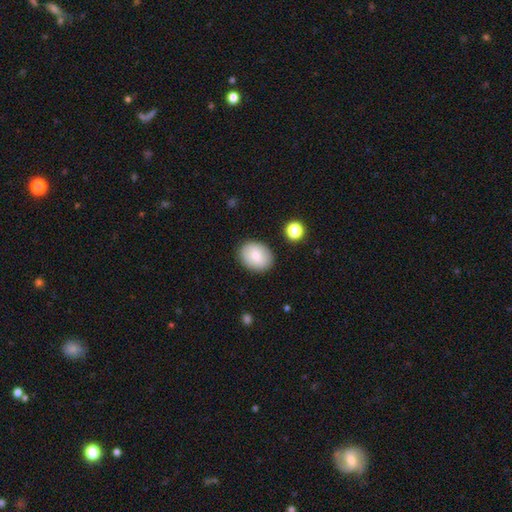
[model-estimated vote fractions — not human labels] Q: Smooth or featured?
A: smooth (78%); runner-up: featured or disk (14%)
Q: How rounded?
A: in between (61%); runner-up: round (38%)
Q: Merging?
A: none (86%); runner-up: minor disturbance (10%)